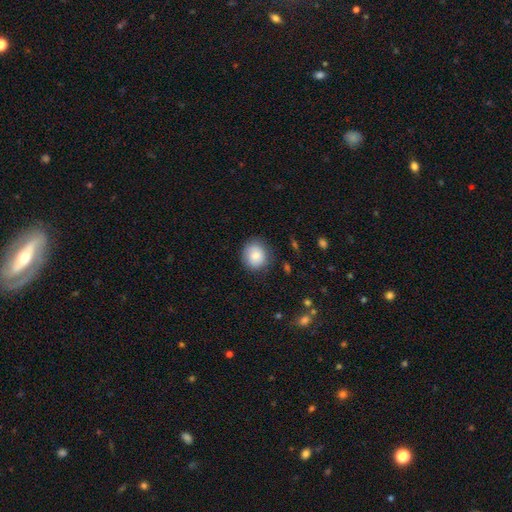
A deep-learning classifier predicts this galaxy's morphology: Smooth or featured: smooth — 83% (featured or disk — 9%)
How rounded: round — 79% (in between — 20%)
Merging: none — 82% (minor disturbance — 13%)